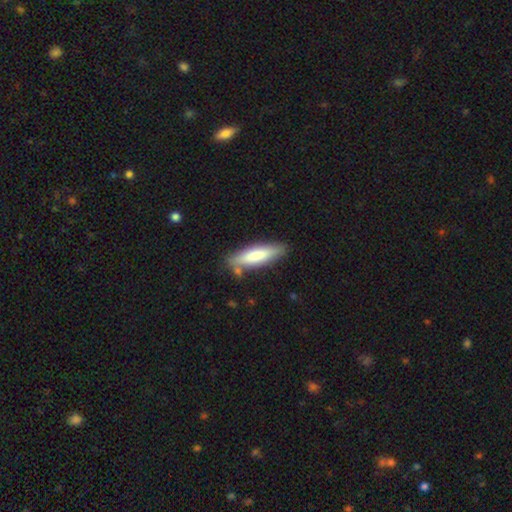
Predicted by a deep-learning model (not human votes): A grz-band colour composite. It shows a smooth galaxy with no disk features (74%) that is cigar-shaped (66%). Merging: none (80%).